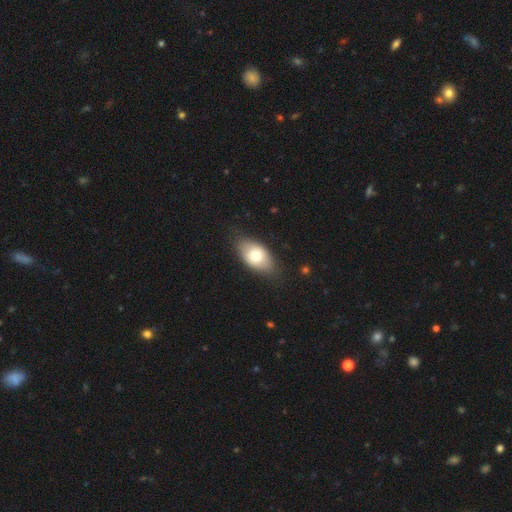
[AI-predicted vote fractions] A smooth galaxy with no disk features (72%) that is in between round and cigar-shaped (90%).

Vote fractions:
- Smooth or featured? smooth: 72% / featured or disk: 22% / star or artifact: 7%
- How rounded? in between: 90% / round: 7% / cigar-shaped: 3%
- Merging? none: 79% / minor disturbance: 16% / major disturbance: 4% / merger: 1%